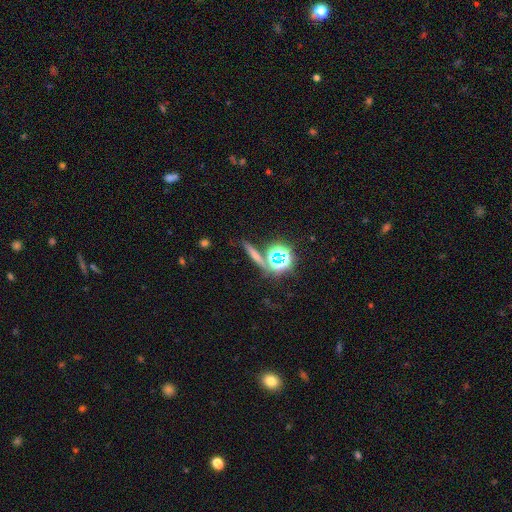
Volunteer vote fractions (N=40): A smooth galaxy with no disk features (52%) that is cigar-shaped (90%).

Vote fractions:
- Smooth or featured? smooth: 52% / featured or disk: 35% / star or artifact: 12%
- How rounded? cigar-shaped: 90% / round: 10% / in between: 0%
- Merging? none: 71% / merger: 11% / minor disturbance: 9% / major disturbance: 9%